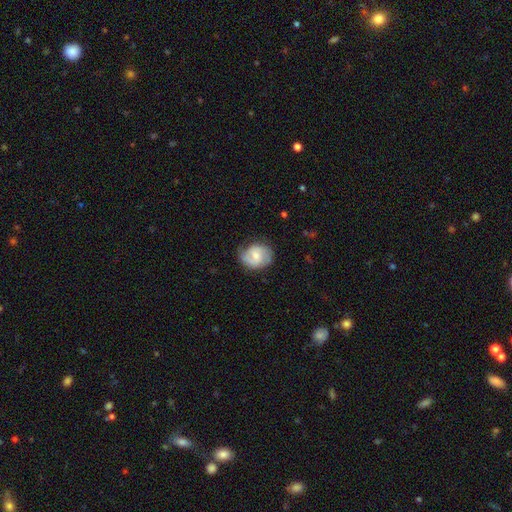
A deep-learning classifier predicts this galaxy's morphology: featured or disk 55%, smooth 38%, star or artifact 7%. Down the decision tree: edge-on disk — no (97%); bar — weak (48%); spiral arms — yes (87%); bulge size — moderate (48%); merging — none (71%).